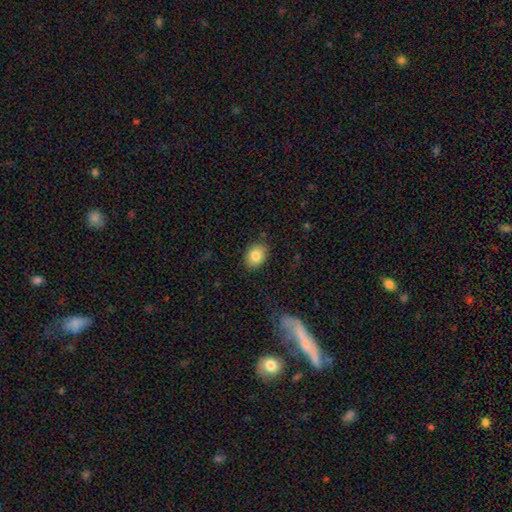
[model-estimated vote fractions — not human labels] A smooth galaxy with no disk features (83%) that is in between round and cigar-shaped (67%). Merging: none (84%).